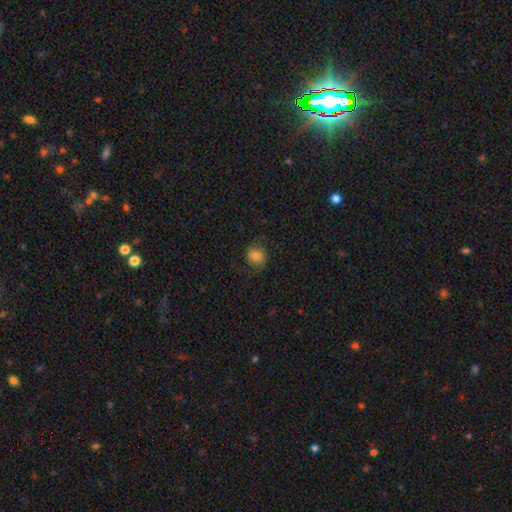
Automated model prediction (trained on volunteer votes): Q: Smooth or featured?
A: smooth (80%); runner-up: star or artifact (10%)
Q: How rounded?
A: round (84%); runner-up: in between (15%)
Q: Merging?
A: none (80%); runner-up: minor disturbance (14%)